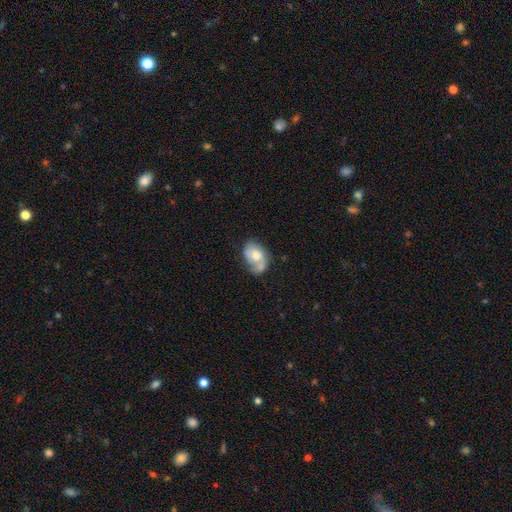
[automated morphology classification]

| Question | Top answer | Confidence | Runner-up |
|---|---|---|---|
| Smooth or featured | smooth | 47% | featured or disk (46%) |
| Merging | none | 43% | minor disturbance (30%) |